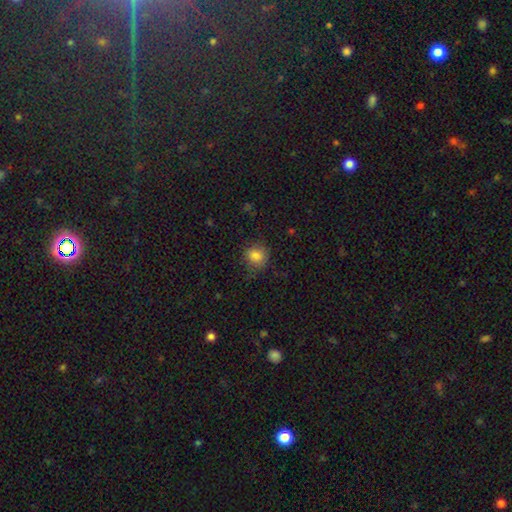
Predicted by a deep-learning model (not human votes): Smooth or featured?
  - smooth: 82% *
  - star or artifact: 11%
  - featured or disk: 7%
How rounded?
  - round: 84% *
  - in between: 15%
  - cigar-shaped: 1%
Merging?
  - none: 80% *
  - minor disturbance: 15%
  - major disturbance: 4%
  - merger: 1%